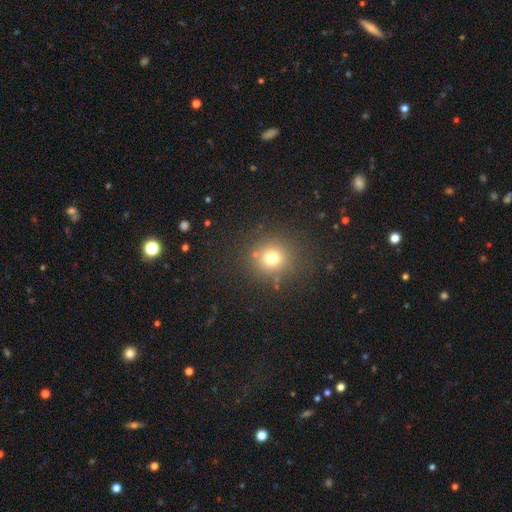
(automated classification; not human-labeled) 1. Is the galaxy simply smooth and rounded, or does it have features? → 60% smooth, 33% star or artifact, 6% featured or disk.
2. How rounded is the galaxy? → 89% round, 10% in between, 1% cigar-shaped.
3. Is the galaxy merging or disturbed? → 91% none, 5% minor disturbance, 3% major disturbance, 1% merger.